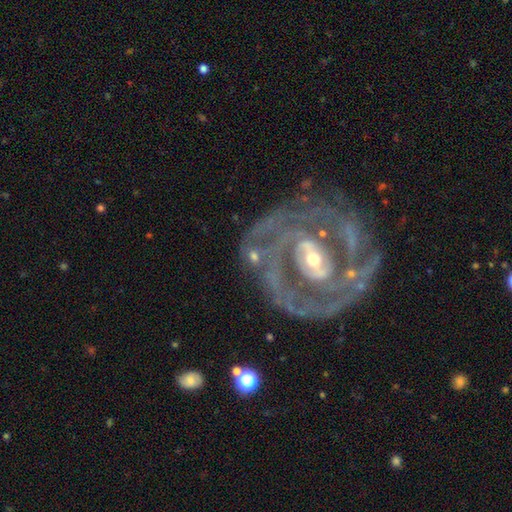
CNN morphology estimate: smooth_or_featured: featured or disk (p=0.87) [alt: smooth p=0.07]
disk_edge_on: no (p=0.97) [alt: yes p=0.03]
bar: strong (p=0.37) [alt: weak p=0.36]
has_spiral_arms: yes (p=0.91) [alt: no p=0.09]
spiral_winding: tight (p=0.58) [alt: medium p=0.32]
spiral_arm_count: 2 (p=0.45) [alt: can't tell p=0.20]
bulge_size: moderate (p=0.50) [alt: small p=0.44]
merging: none (p=0.64) [alt: minor disturbance p=0.17]